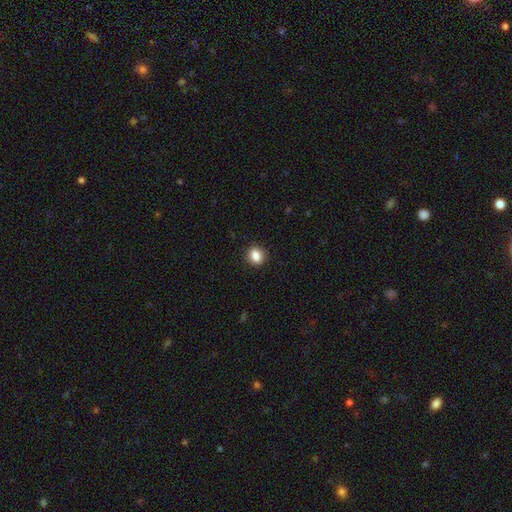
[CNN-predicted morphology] The model was most divided on "how rounded": round: 53%, in between: 45%, cigar-shaped: 1%. More confident: merging — none (90%); smooth or featured — smooth (86%).